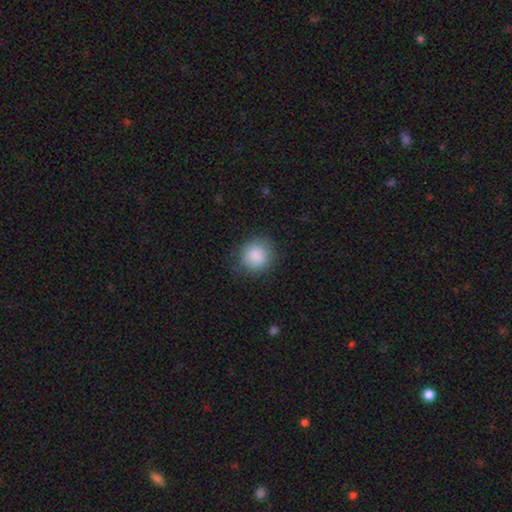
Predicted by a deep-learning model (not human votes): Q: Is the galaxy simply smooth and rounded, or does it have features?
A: smooth — 88%.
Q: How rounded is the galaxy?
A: round — 88%.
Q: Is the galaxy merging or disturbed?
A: none — 83%.